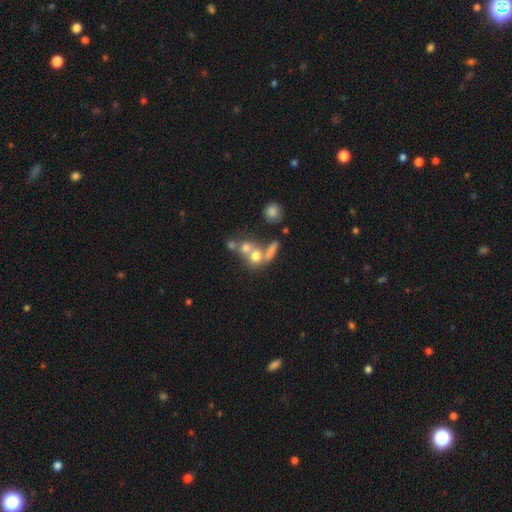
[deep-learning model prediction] Smooth or featured? Predicted: smooth (p=0.63). How rounded? Predicted: round (p=0.64). Merging? Predicted: merger (p=0.56).